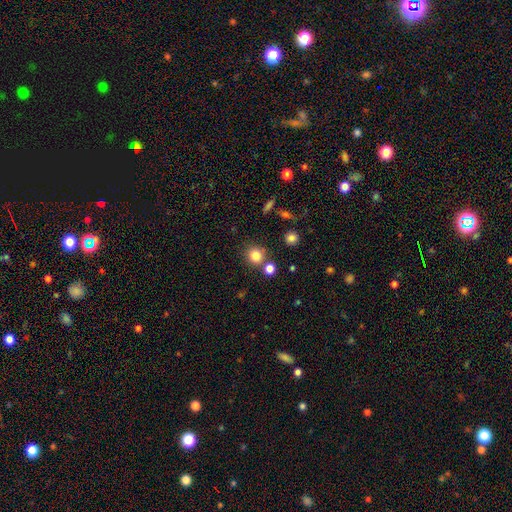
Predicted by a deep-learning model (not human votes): The model was most divided on "merging": none: 77%, merger: 12%, minor disturbance: 8%, major disturbance: 3%. More confident: how rounded — round (89%); smooth or featured — smooth (82%).